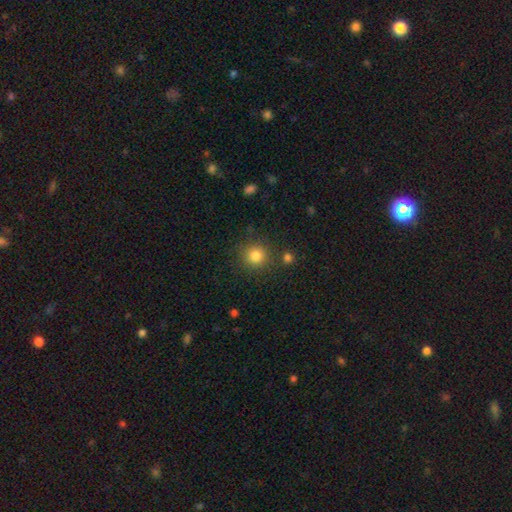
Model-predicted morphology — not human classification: Smooth or featured?
  - smooth: 82% *
  - star or artifact: 12%
  - featured or disk: 5%
How rounded?
  - round: 93% *
  - in between: 6%
  - cigar-shaped: 1%
Merging?
  - none: 85% *
  - minor disturbance: 8%
  - merger: 4%
  - major disturbance: 3%